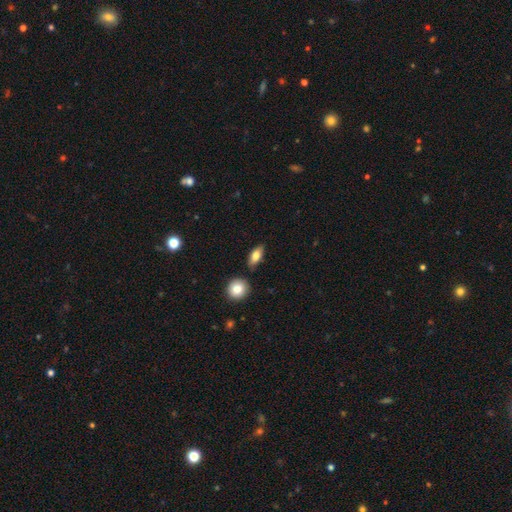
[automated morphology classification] type=smooth (78%); roundness=in between (82%); merging=none (81%).